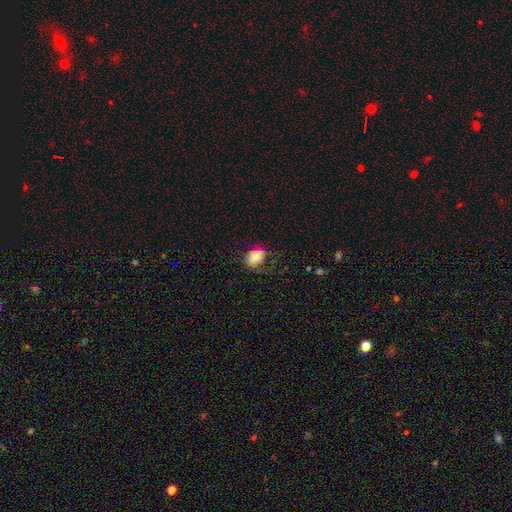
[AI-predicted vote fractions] This is likely a smooth galaxy (69%). How rounded: likely in between (68%). Merging: possibly none (53%).